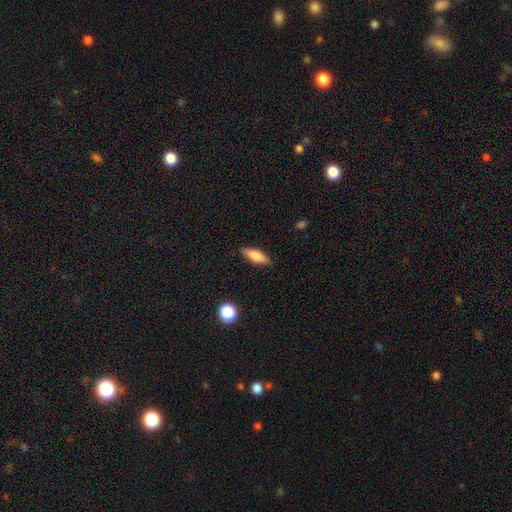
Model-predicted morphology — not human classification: Smooth or featured: smooth — 74% (featured or disk — 19%)
How rounded: in between — 55% (cigar-shaped — 42%)
Merging: none — 87% (minor disturbance — 9%)